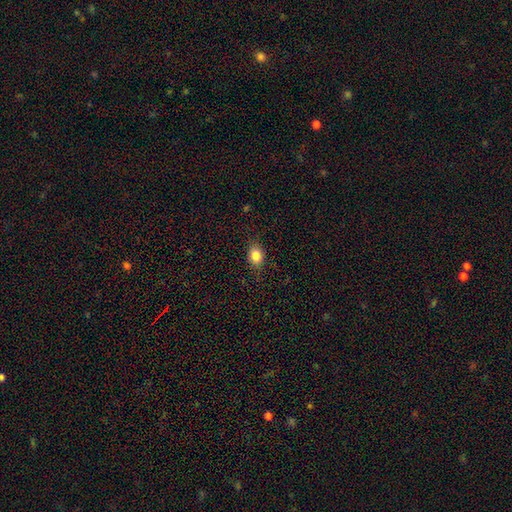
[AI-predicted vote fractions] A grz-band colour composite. It shows a smooth galaxy with no disk features (84%) that is in between round and cigar-shaped (62%). Merging: none (84%).